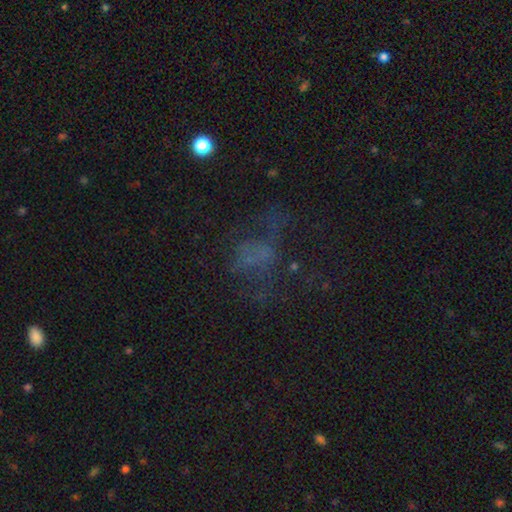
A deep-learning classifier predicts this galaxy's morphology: smooth-or-featured: featured or disk: 37% | star or artifact: 33% | smooth: 30%
  merging: none: 43% | major disturbance: 36% | minor disturbance: 17% | merger: 4%